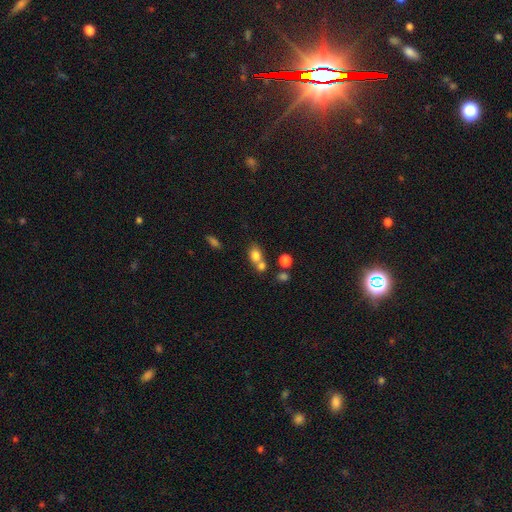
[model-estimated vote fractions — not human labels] Smooth or featured?
  - smooth: 76% *
  - star or artifact: 12%
  - featured or disk: 12%
How rounded?
  - in between: 54% *
  - round: 44%
  - cigar-shaped: 2%
Merging?
  - merger: 46% *
  - none: 40%
  - minor disturbance: 10%
  - major disturbance: 4%